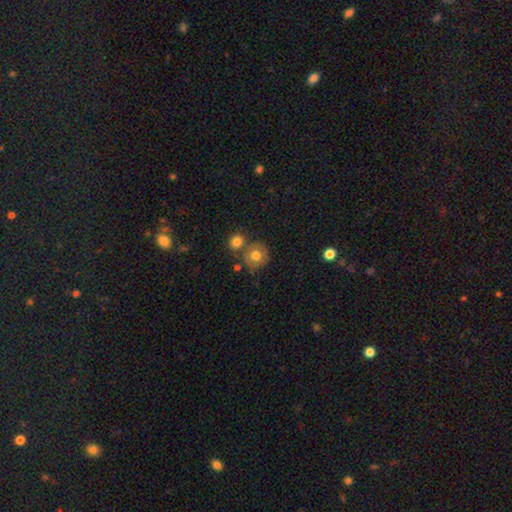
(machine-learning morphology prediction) Q: Smooth or featured?
A: smooth (74%); runner-up: featured or disk (17%)
Q: How rounded?
A: round (86%); runner-up: in between (13%)
Q: Merging?
A: none (60%); runner-up: merger (23%)